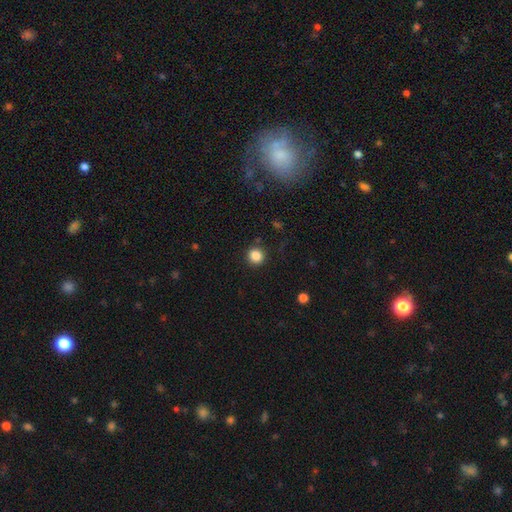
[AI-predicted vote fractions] Q: Smooth or featured?
A: smooth (85%); runner-up: star or artifact (11%)
Q: How rounded?
A: round (91%); runner-up: in between (8%)
Q: Merging?
A: none (89%); runner-up: minor disturbance (7%)